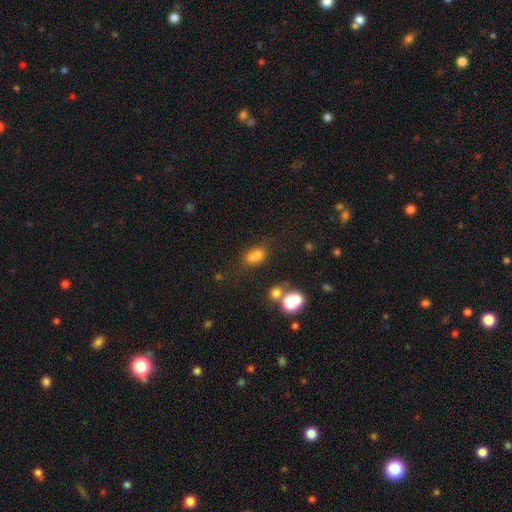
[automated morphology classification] The model was most divided on "merging": merger: 41%, none: 37%, minor disturbance: 14%, major disturbance: 8%. More confident: smooth or featured — smooth (69%); how rounded — in between (58%).